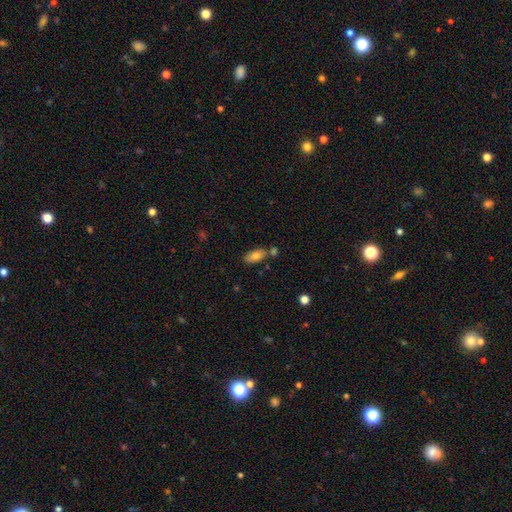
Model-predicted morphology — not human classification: Smooth or featured: smooth — 78% (featured or disk — 14%)
How rounded: in between — 90% (cigar-shaped — 7%)
Merging: none — 69% (merger — 14%)